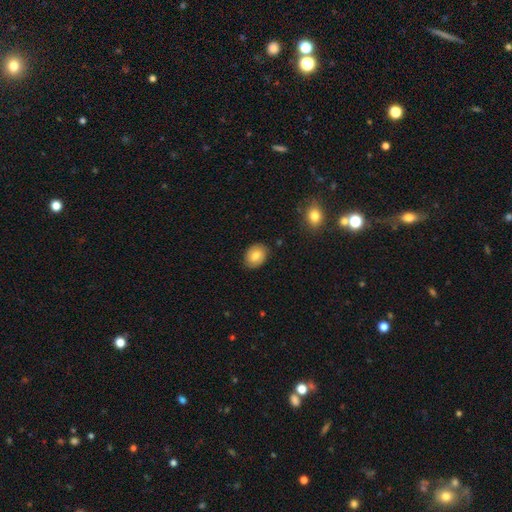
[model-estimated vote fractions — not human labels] Smooth or featured? Predicted: smooth (p=0.72). How rounded? Predicted: in between (p=0.64). Merging? Predicted: none (p=0.84).